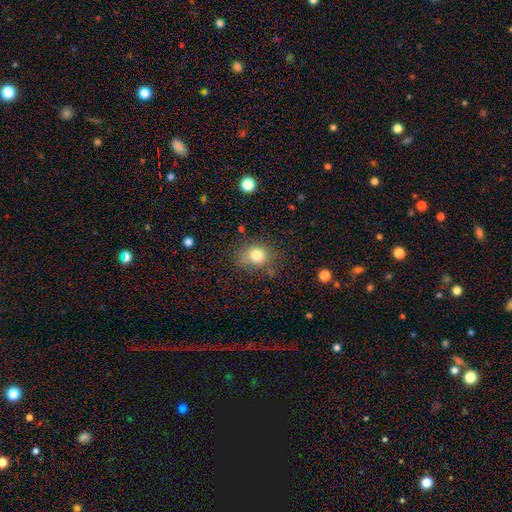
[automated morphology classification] smooth 78%, star or artifact 14%, featured or disk 9%. Down the decision tree: how rounded — round (65%); merging — none (72%).